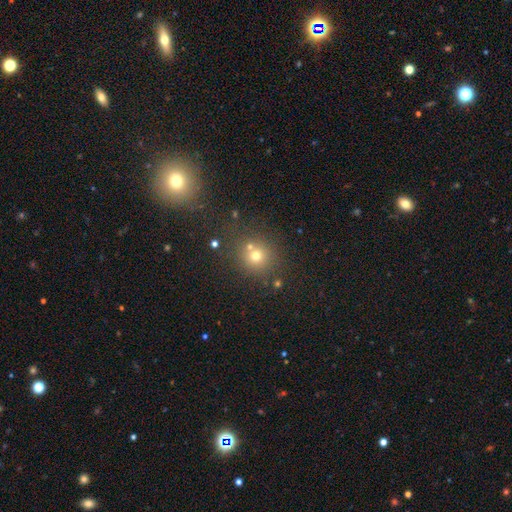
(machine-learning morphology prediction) smooth-or-featured: smooth: 67% | star or artifact: 22% | featured or disk: 12%
  how-rounded: round: 90% | in between: 9% | cigar-shaped: 1%
  merging: none: 69% | merger: 18% | minor disturbance: 9% | major disturbance: 4%